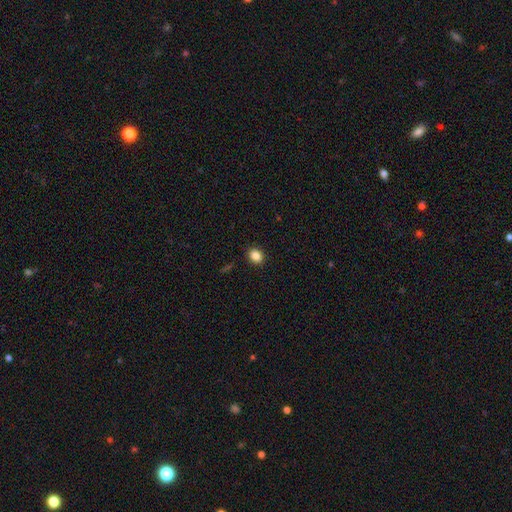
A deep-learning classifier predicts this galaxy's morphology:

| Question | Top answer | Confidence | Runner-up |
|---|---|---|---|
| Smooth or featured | smooth | 87% | star or artifact (10%) |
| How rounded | in between | 51% | round (48%) |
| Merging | none | 90% | minor disturbance (7%) |